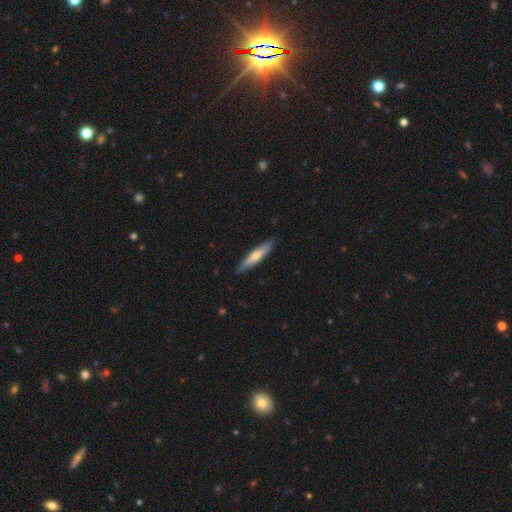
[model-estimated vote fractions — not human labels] Smooth or featured?
  - smooth: 53% *
  - featured or disk: 42%
  - star or artifact: 5%
How rounded?
  - cigar-shaped: 87% *
  - in between: 11%
  - round: 1%
Merging?
  - none: 89% *
  - minor disturbance: 8%
  - major disturbance: 1%
  - merger: 1%